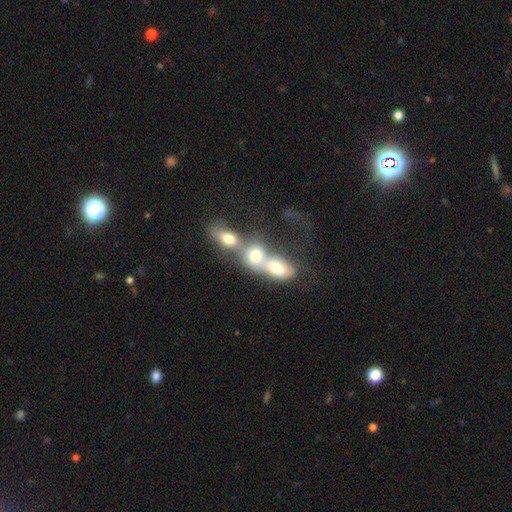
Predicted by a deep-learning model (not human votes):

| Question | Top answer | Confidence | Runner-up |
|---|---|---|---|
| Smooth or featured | smooth | 43% | featured or disk (40%) |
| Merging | merger | 81% | none (9%) |